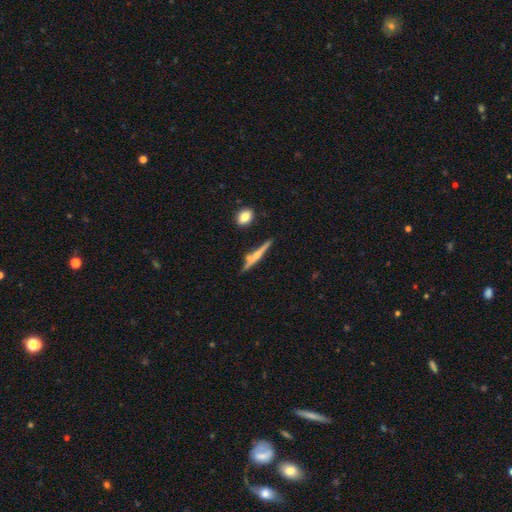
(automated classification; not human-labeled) A featured or disk galaxy (57%) viewed edge-on (95%) with a rounded central bulge (64%).

Vote fractions:
- Smooth or featured? featured or disk: 57% / smooth: 36% / star or artifact: 7%
- Edge-on disk? yes: 95% / no: 5%
- Edge-on bulge? rounded: 64% / none: 25% / boxy: 11%
- Merging? none: 72% / minor disturbance: 16% / merger: 8% / major disturbance: 4%